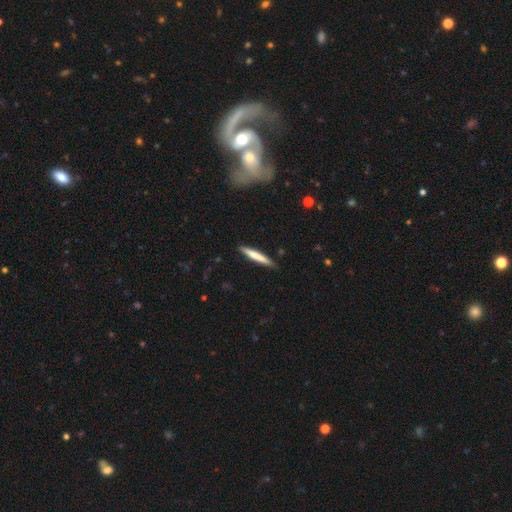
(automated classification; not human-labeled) A smooth galaxy with no disk features (68%) that is cigar-shaped (94%). Merging: none (88%).